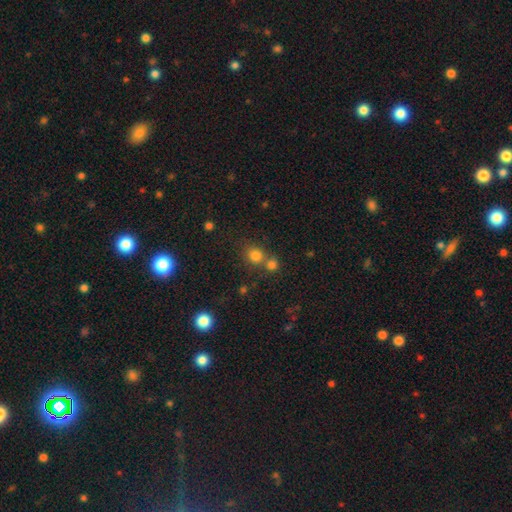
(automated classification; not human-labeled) Smooth or featured? Predicted: smooth (p=0.79). How rounded? Predicted: round (p=0.81). Merging? Predicted: none (p=0.54).